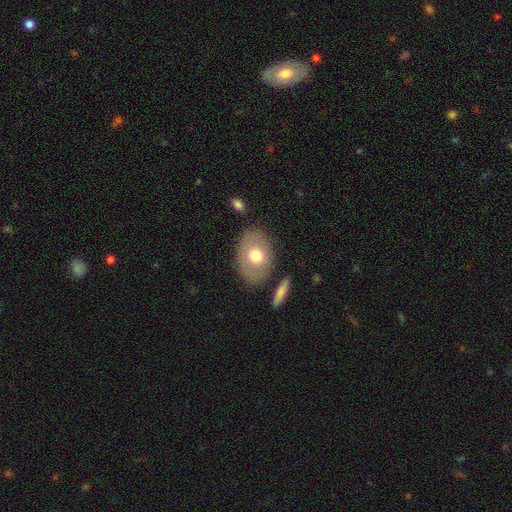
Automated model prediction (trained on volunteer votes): smooth_or_featured: smooth (p=0.62) [alt: featured or disk p=0.31]
how_rounded: in between (p=0.79) [alt: round p=0.20]
merging: none (p=0.79) [alt: minor disturbance p=0.13]